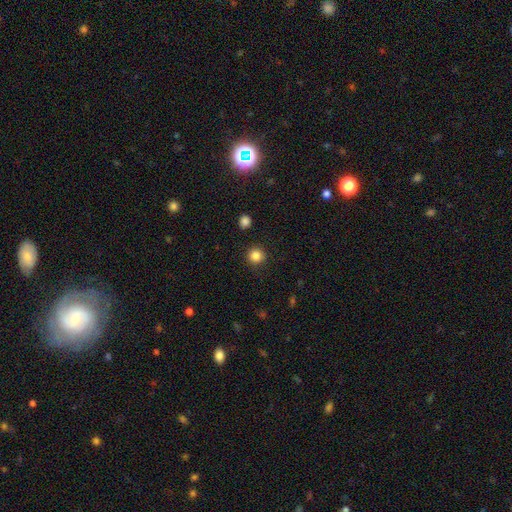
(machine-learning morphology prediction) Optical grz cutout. It shows a smooth galaxy with no disk features (85%) that is round (94%). Merging: none (91%).